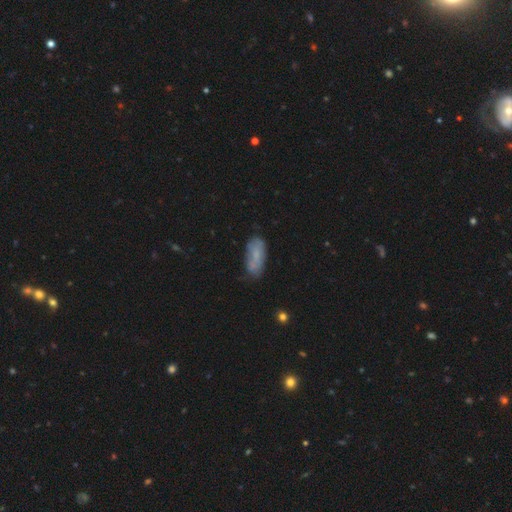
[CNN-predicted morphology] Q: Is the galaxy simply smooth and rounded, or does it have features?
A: smooth — 65%.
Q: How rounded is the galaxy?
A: in between — 80%.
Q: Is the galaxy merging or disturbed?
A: none — 60%.